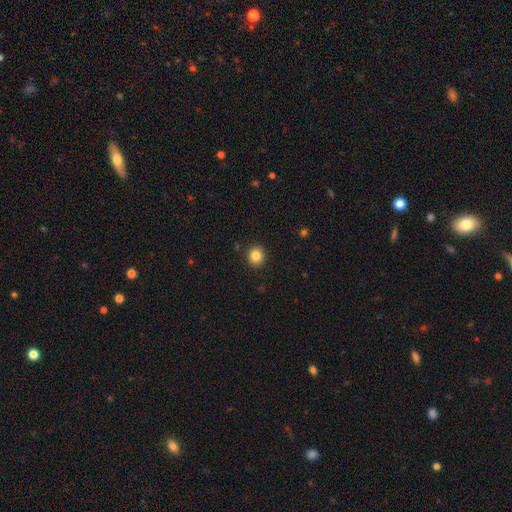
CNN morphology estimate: This is clearly a smooth galaxy (84%). How rounded: clearly round (87%). Merging: clearly none (91%).